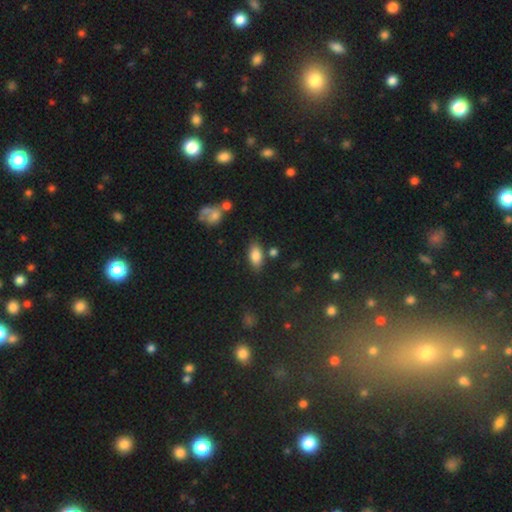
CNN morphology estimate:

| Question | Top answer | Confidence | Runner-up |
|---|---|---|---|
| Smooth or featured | smooth | 84% | star or artifact (8%) |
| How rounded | in between | 91% | cigar-shaped (5%) |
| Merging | none | 77% | minor disturbance (13%) |